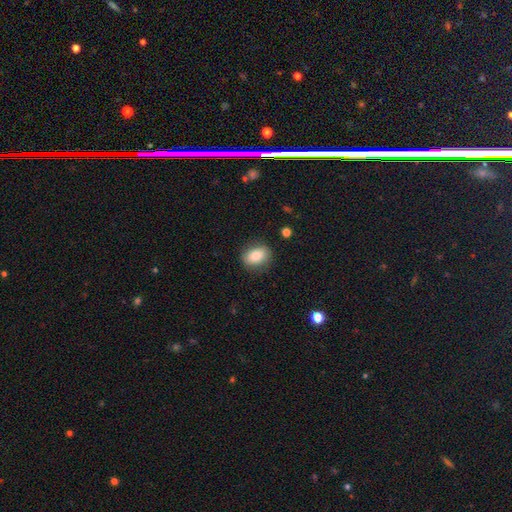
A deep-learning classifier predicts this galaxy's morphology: A smooth galaxy with no disk features (81%) that is in between round and cigar-shaped (69%). Merging: none (84%).